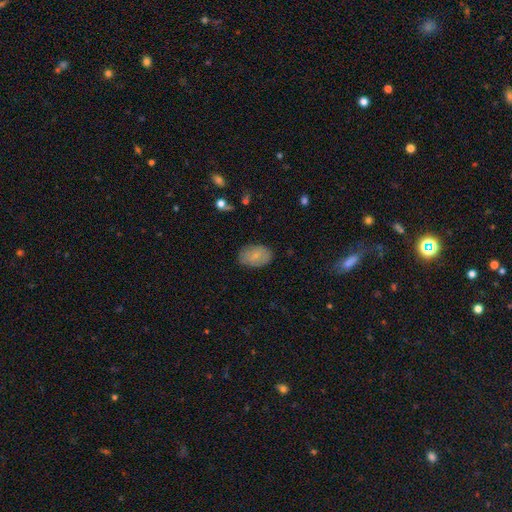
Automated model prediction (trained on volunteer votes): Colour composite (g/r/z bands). It shows a smooth galaxy with no disk features (72%) that is in between round and cigar-shaped (87%). Merging: none (81%).